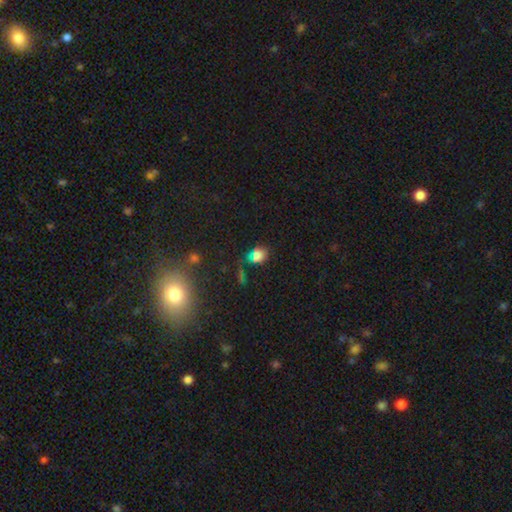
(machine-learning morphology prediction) Q: Smooth or featured?
A: smooth (65%); runner-up: star or artifact (28%)
Q: How rounded?
A: in between (55%); runner-up: round (42%)
Q: Merging?
A: none (65%); runner-up: minor disturbance (19%)